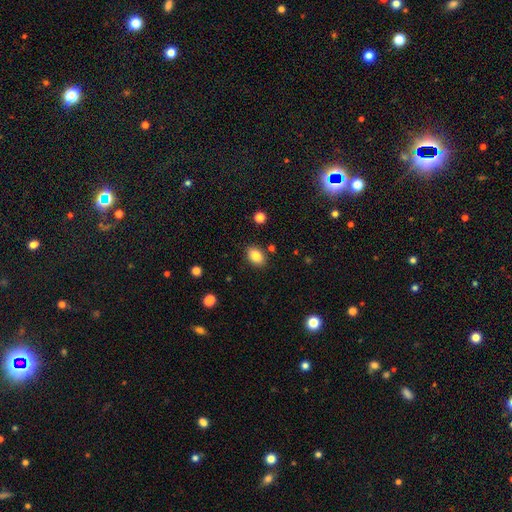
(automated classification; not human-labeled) Q: Smooth or featured?
A: smooth (85%); runner-up: star or artifact (8%)
Q: How rounded?
A: in between (84%); runner-up: round (15%)
Q: Merging?
A: none (86%); runner-up: minor disturbance (9%)